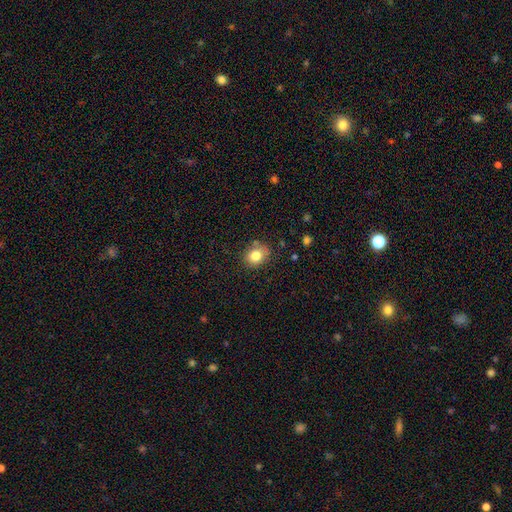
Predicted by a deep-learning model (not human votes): Smooth or featured? Predicted: smooth (p=0.80). How rounded? Predicted: round (p=0.60). Merging? Predicted: none (p=0.75).